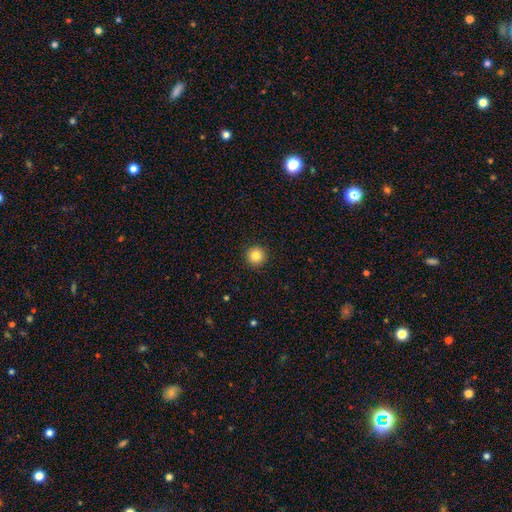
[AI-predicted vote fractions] smooth_or_featured: smooth (p=0.84) [alt: star or artifact p=0.11]
how_rounded: round (p=0.96) [alt: in between p=0.03]
merging: none (p=0.93) [alt: minor disturbance p=0.04]